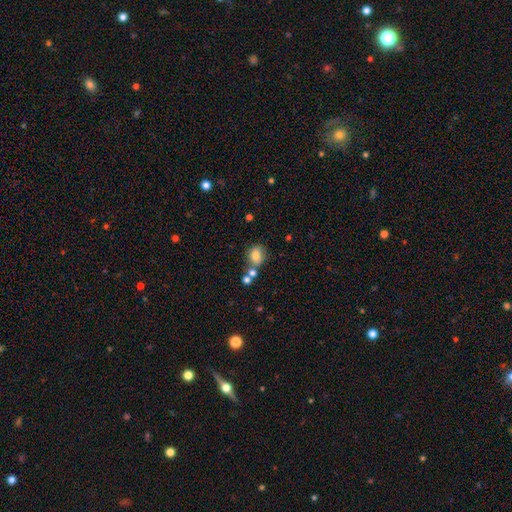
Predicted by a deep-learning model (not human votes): smooth-or-featured: smooth: 77% | featured or disk: 12% | star or artifact: 11%
  how-rounded: in between: 53% | round: 45% | cigar-shaped: 1%
  merging: none: 54% | merger: 24% | minor disturbance: 16% | major disturbance: 6%